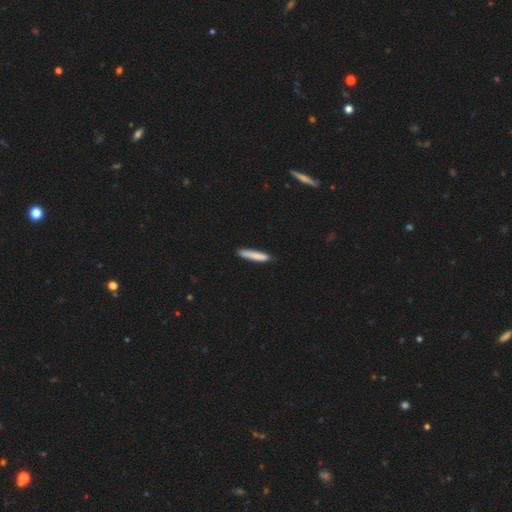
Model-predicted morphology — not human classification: smooth-or-featured: smooth: 82% | featured or disk: 12% | star or artifact: 6%
  how-rounded: cigar-shaped: 92% | in between: 7% | round: 1%
  merging: none: 82% | minor disturbance: 14% | major disturbance: 2% | merger: 2%